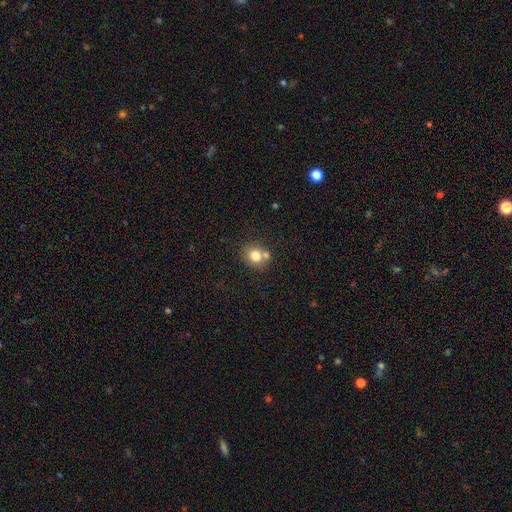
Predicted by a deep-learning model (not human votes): smooth 78%, featured or disk 11%, star or artifact 11%. Down the decision tree: how rounded — round (72%); merging — none (57%).